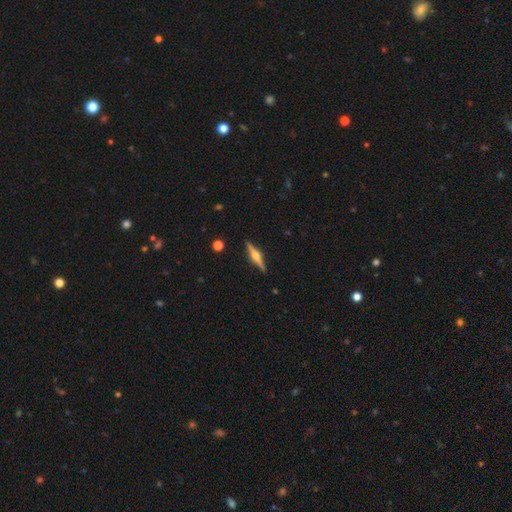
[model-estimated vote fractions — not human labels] The model was most divided on "smooth or featured": featured or disk: 76%, smooth: 19%, star or artifact: 6%. More confident: edge-on disk — yes (98%); edge-on bulge — rounded (92%); merging — none (91%).